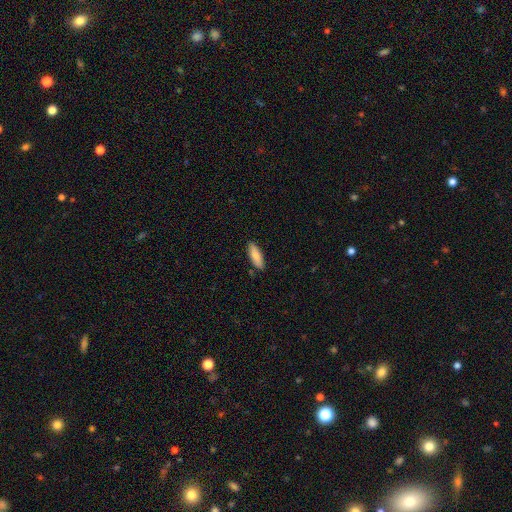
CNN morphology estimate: A smooth galaxy with no disk features (82%) that is in between round and cigar-shaped (57%). Merging: none (86%).